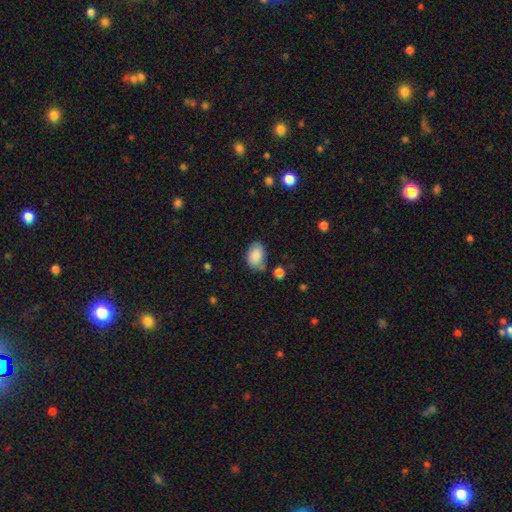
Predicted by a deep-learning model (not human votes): A smooth galaxy with no disk features (84%) that is in between round and cigar-shaped (85%). Merging: none (58%).